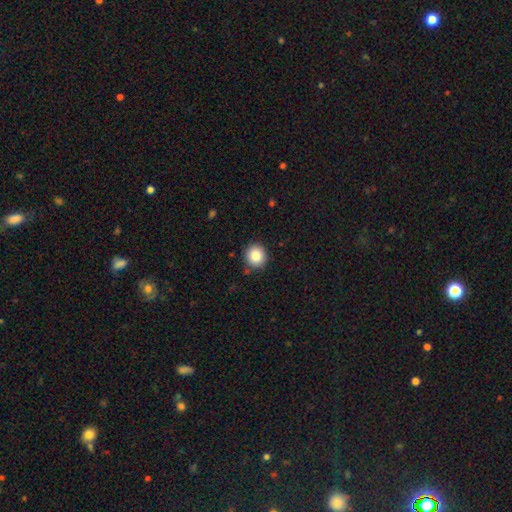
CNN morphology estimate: Smooth or featured? smooth (86%)
How rounded? round (90%)
Merging? none (88%)